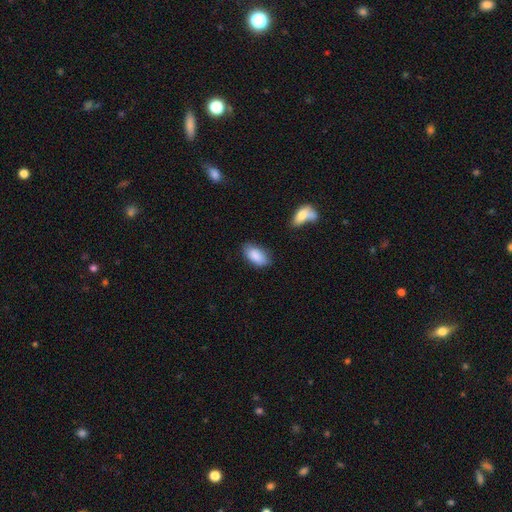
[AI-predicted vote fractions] A smooth galaxy with no disk features (87%) that is in between round and cigar-shaped (94%).

Vote fractions:
- Smooth or featured? smooth: 87% / star or artifact: 7% / featured or disk: 6%
- How rounded? in between: 94% / round: 3% / cigar-shaped: 3%
- Merging? none: 75% / minor disturbance: 19% / major disturbance: 4% / merger: 2%